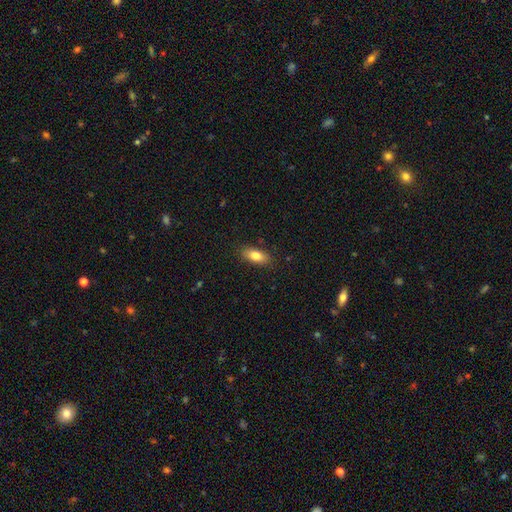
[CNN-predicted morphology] Overall: smooth (81%). How rounded: in between (82%). Merging: none (85%).